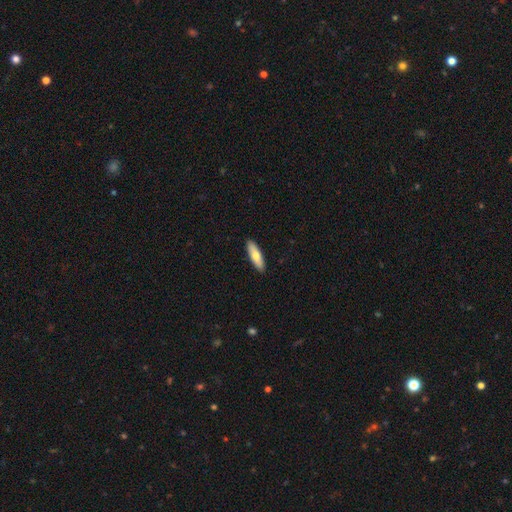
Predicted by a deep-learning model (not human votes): Q: Smooth or featured?
A: smooth (70%); runner-up: featured or disk (25%)
Q: How rounded?
A: cigar-shaped (55%); runner-up: in between (43%)
Q: Merging?
A: none (91%); runner-up: minor disturbance (6%)